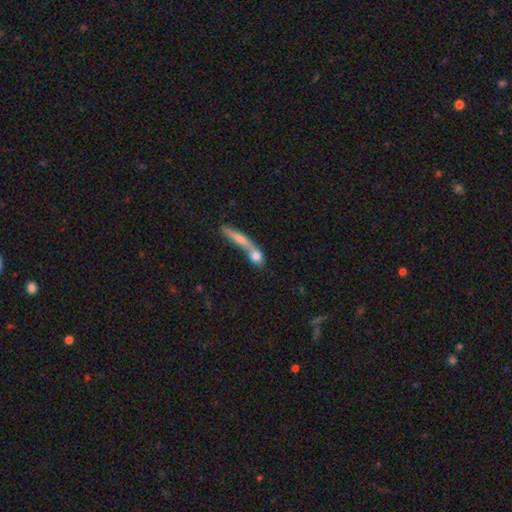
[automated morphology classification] Smooth or featured: smooth — 70% (featured or disk — 21%)
How rounded: in between — 35% (round — 33%)
Merging: merger — 63% (none — 23%)